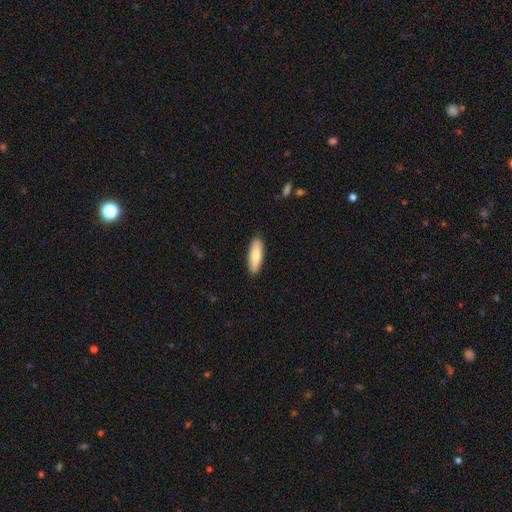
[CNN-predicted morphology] Q: Smooth or featured?
A: smooth (76%); runner-up: featured or disk (18%)
Q: How rounded?
A: in between (52%); runner-up: cigar-shaped (47%)
Q: Merging?
A: none (90%); runner-up: minor disturbance (8%)